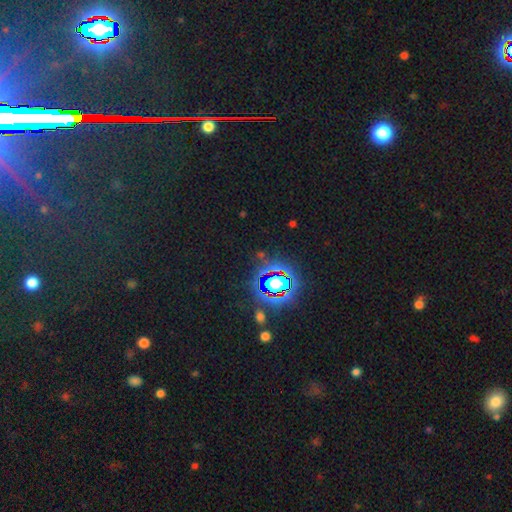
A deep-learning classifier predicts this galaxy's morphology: A star or artifact, not a galaxy (82%).

Vote fractions:
- Smooth or featured? star or artifact: 82% / smooth: 10% / featured or disk: 9%